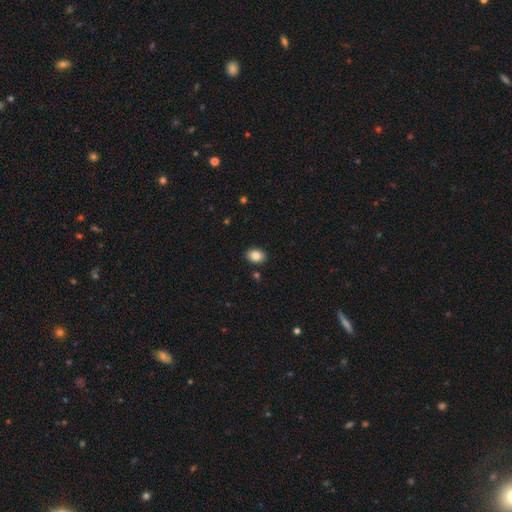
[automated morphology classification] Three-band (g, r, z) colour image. It shows a smooth galaxy with no disk features (84%) that is in between round and cigar-shaped (72%). Merging: none (89%).